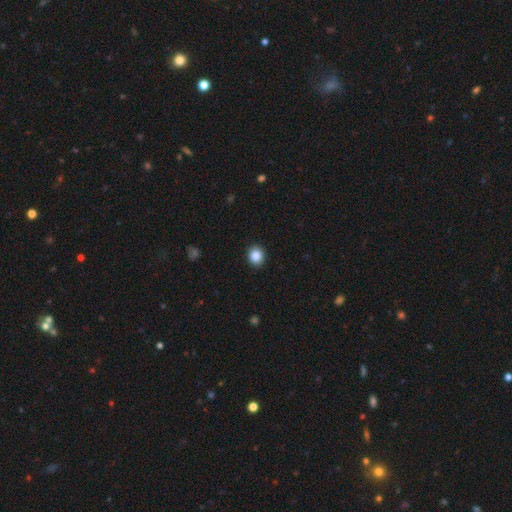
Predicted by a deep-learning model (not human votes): This appears to be a smooth galaxy with no disk features (86%) that is round (74%). Merging: none (92%).